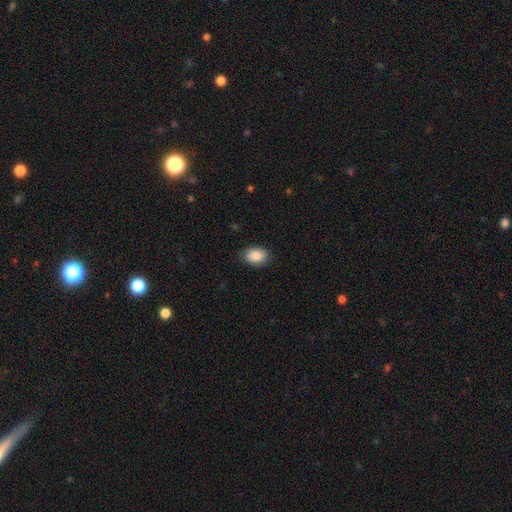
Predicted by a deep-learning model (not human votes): A smooth galaxy with no disk features (89%) that is in between round and cigar-shaped (81%). Merging: none (88%).